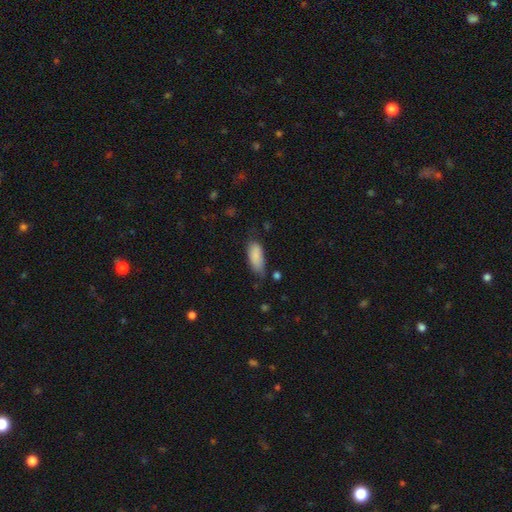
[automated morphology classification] smooth_or_featured: smooth (p=0.87) [alt: featured or disk p=0.07]
how_rounded: in between (p=0.82) [alt: cigar-shaped p=0.16]
merging: none (p=0.61) [alt: minor disturbance p=0.30]